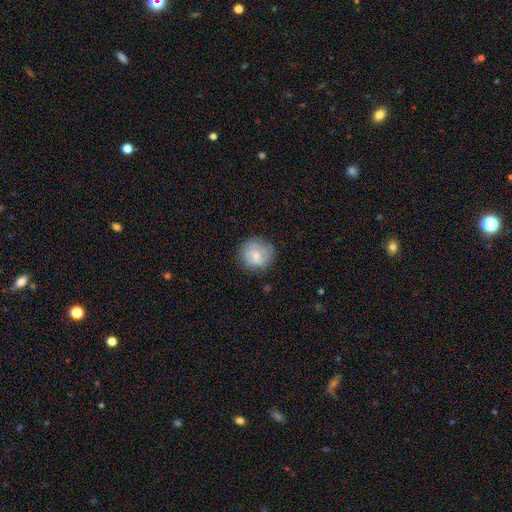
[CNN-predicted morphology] smooth-or-featured: smooth: 59% | featured or disk: 33% | star or artifact: 8%
  how-rounded: round: 87% | in between: 12% | cigar-shaped: 1%
  merging: none: 72% | minor disturbance: 19% | major disturbance: 7% | merger: 2%